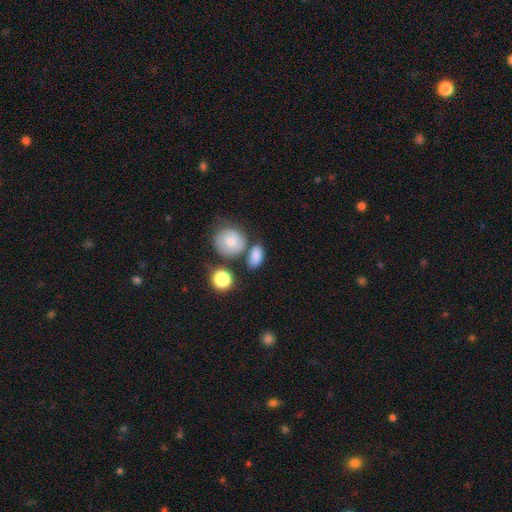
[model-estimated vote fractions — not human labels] Q: Smooth or featured?
A: smooth (82%); runner-up: star or artifact (9%)
Q: How rounded?
A: in between (73%); runner-up: round (24%)
Q: Merging?
A: none (66%); runner-up: minor disturbance (15%)